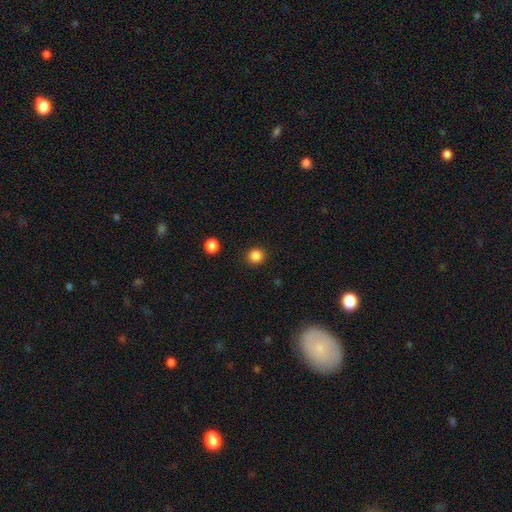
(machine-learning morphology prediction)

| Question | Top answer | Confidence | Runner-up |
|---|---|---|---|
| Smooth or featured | smooth | 85% | star or artifact (11%) |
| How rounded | round | 89% | in between (10%) |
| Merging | none | 91% | minor disturbance (6%) |